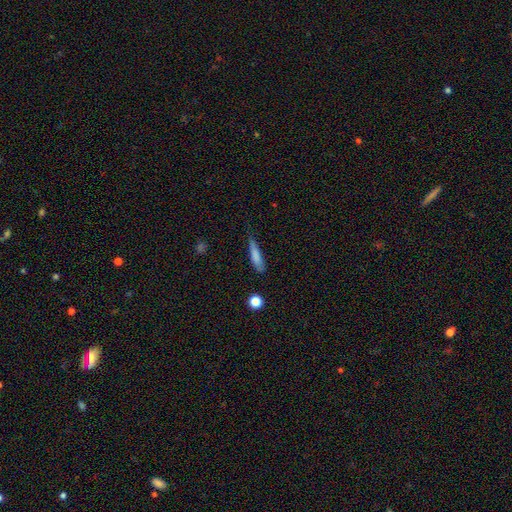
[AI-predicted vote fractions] A smooth galaxy with no disk features (77%) that is cigar-shaped (81%). Merging: none (63%).